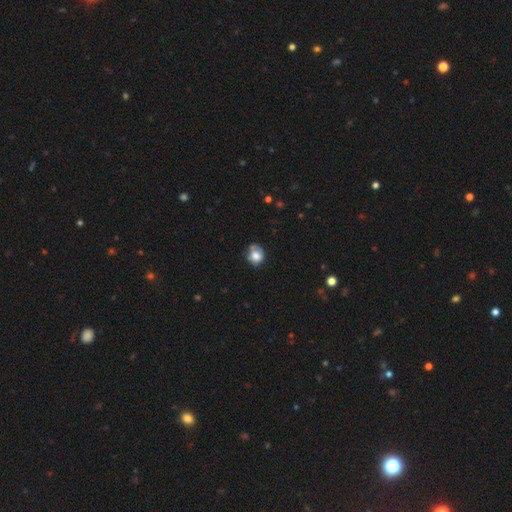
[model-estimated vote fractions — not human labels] smooth 72%, featured or disk 18%, star or artifact 10%. Down the decision tree: how rounded — round (67%); merging — none (52%).